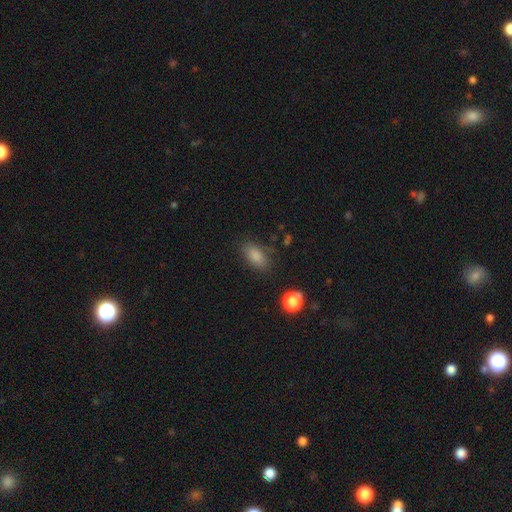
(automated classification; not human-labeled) The model was most divided on "merging": none: 77%, minor disturbance: 15%, major disturbance: 5%, merger: 2%. More confident: how rounded — in between (89%); smooth or featured — smooth (84%).